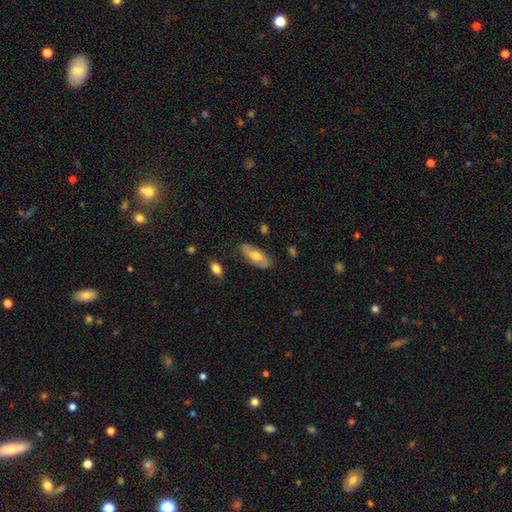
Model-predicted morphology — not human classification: smooth 51%, featured or disk 43%, star or artifact 6%. Down the decision tree: how rounded — in between (84%); merging — none (81%).